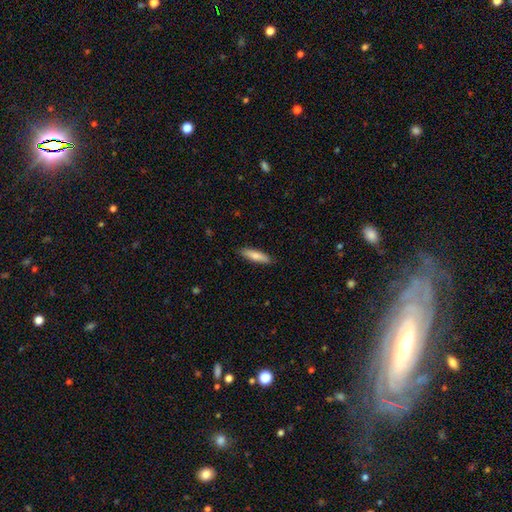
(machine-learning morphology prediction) Q: Smooth or featured?
A: smooth (79%); runner-up: featured or disk (15%)
Q: How rounded?
A: cigar-shaped (72%); runner-up: in between (27%)
Q: Merging?
A: none (89%); runner-up: minor disturbance (9%)